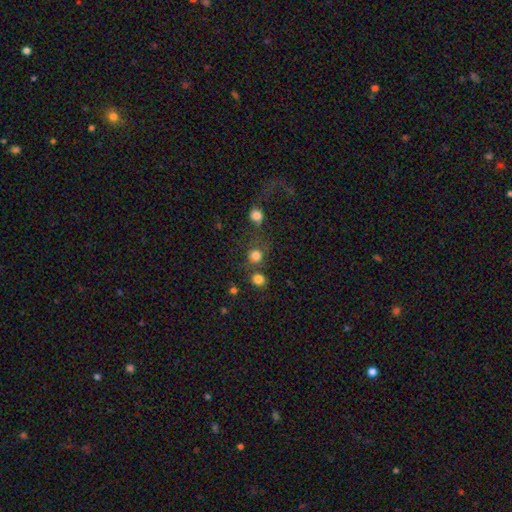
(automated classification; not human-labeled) The model was most divided on "merging": none: 66%, merger: 19%, minor disturbance: 9%, major disturbance: 6%. More confident: how rounded — round (89%); smooth or featured — smooth (80%).